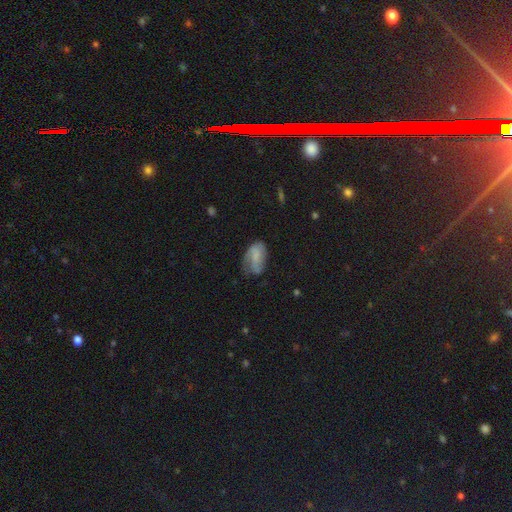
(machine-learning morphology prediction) Q: Smooth or featured?
A: smooth (51%); runner-up: featured or disk (40%)
Q: How rounded?
A: in between (89%); runner-up: round (8%)
Q: Merging?
A: none (48%); runner-up: minor disturbance (33%)